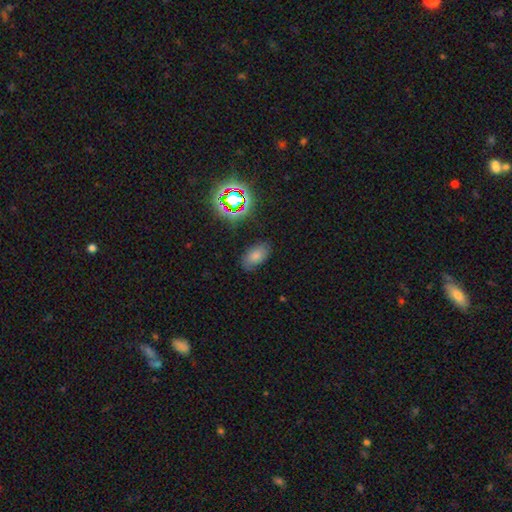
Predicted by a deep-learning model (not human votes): Q: Smooth or featured?
A: smooth (70%); runner-up: star or artifact (18%)
Q: How rounded?
A: in between (91%); runner-up: round (7%)
Q: Merging?
A: none (78%); runner-up: minor disturbance (16%)